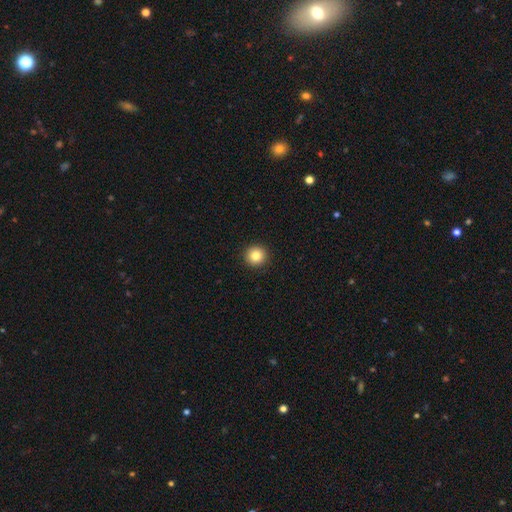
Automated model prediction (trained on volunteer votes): Smooth or featured? Predicted: smooth (p=0.84). How rounded? Predicted: round (p=0.95). Merging? Predicted: none (p=0.93).